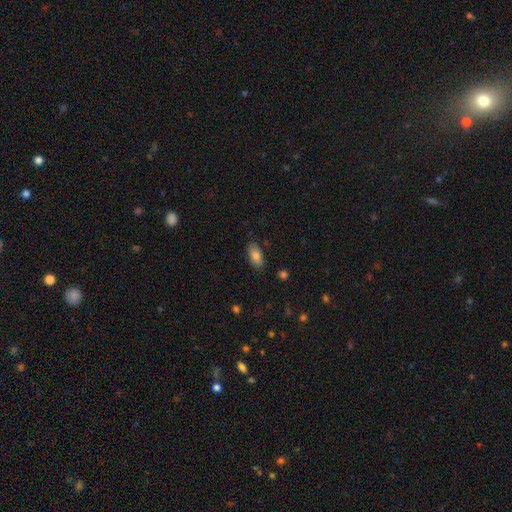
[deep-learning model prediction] Morphology: type=smooth (82%); roundness=in between (90%); merging=none (83%).